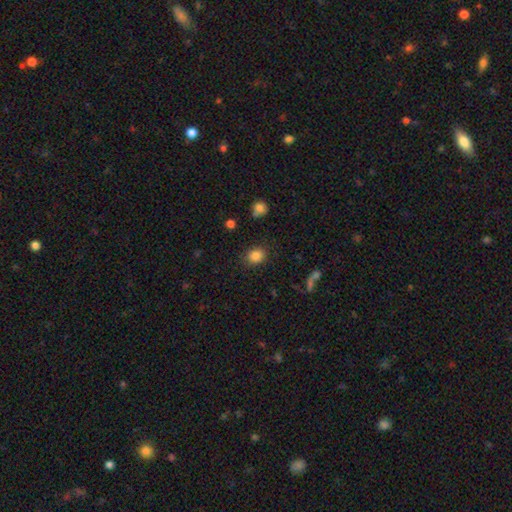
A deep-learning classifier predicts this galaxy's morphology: This is clearly a smooth galaxy (85%). How rounded: possibly round (54%). Merging: clearly none (82%).